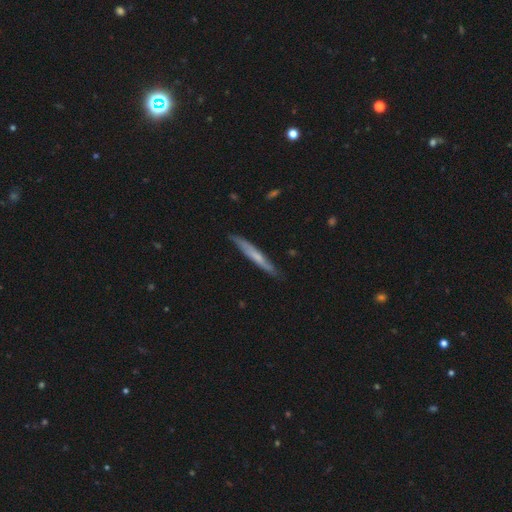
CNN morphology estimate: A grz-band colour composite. It shows a smooth galaxy with no disk features (50%). Merging: none (81%).